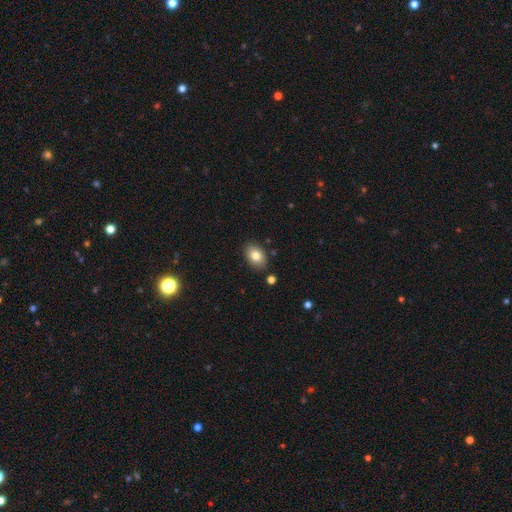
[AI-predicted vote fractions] Overall: smooth (81%). How rounded: in between (82%). Merging: none (86%).